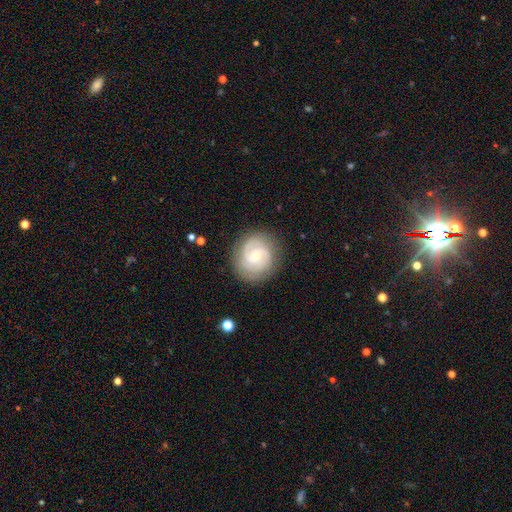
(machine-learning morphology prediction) Smooth or featured?
  - featured or disk: 78% *
  - smooth: 16%
  - star or artifact: 6%
Edge-on disk?
  - no: 98% *
  - yes: 2%
Bar?
  - no: 54% *
  - weak: 39%
  - strong: 6%
Spiral arms?
  - yes: 94% *
  - no: 6%
Spiral winding?
  - tight: 53% *
  - medium: 38%
  - loose: 9%
Spiral arm count?
  - 2: 48% *
  - 3: 21%
  - can't tell: 19%
  - 1: 5%
  - 4: 4%
  - more than 4: 3%
Bulge size?
  - small: 62% *
  - moderate: 35%
  - large: 1%
  - none: 1%
  - dominant: 1%
Merging?
  - none: 82% *
  - minor disturbance: 12%
  - major disturbance: 5%
  - merger: 1%